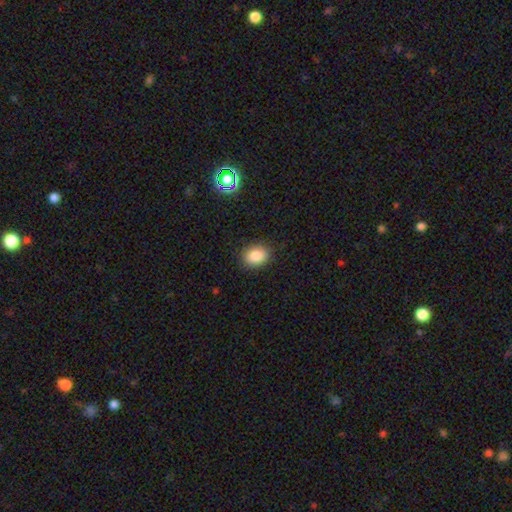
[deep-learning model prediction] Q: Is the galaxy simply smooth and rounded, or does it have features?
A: smooth — 85%.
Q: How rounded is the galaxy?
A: in between — 62%.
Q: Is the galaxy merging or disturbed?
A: none — 87%.